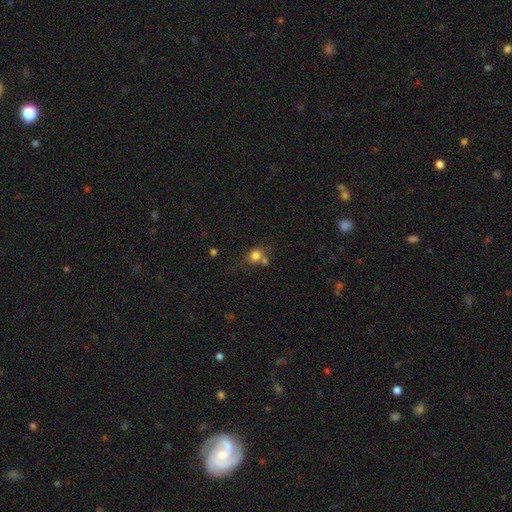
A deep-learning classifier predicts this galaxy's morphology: This is likely a smooth galaxy (79%). How rounded: likely round (64%). Merging: possibly none (52%).